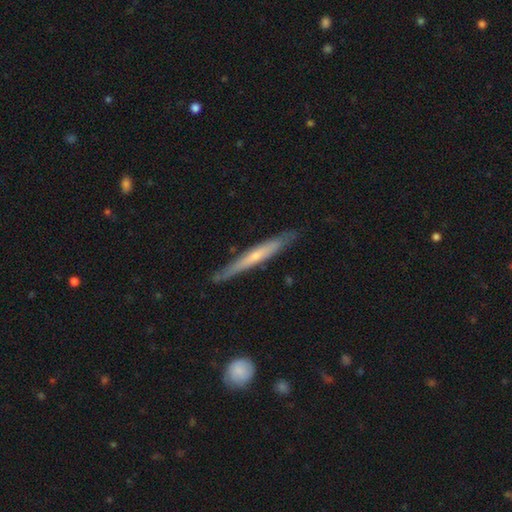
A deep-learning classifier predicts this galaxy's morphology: Smooth or featured? featured or disk (67%)
Edge-on disk? yes (95%)
Edge-on bulge? rounded (55%)
Merging? none (87%)